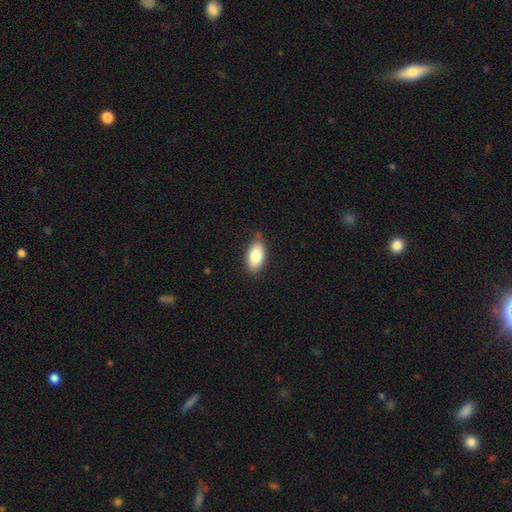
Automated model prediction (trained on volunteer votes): Smooth or featured: smooth — 83% (featured or disk — 10%)
How rounded: in between — 93% (cigar-shaped — 4%)
Merging: none — 81% (minor disturbance — 15%)